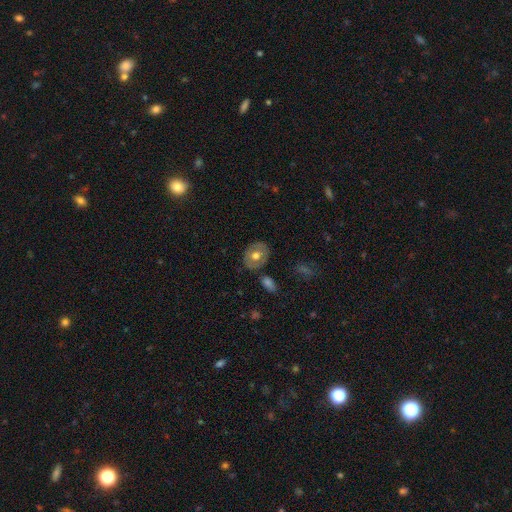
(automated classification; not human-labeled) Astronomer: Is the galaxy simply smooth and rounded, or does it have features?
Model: smooth — 55% (runner-up: featured or disk, 38%).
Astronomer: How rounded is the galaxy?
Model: round — 51% (runner-up: in between, 48%).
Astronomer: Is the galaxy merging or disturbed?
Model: none — 82%.